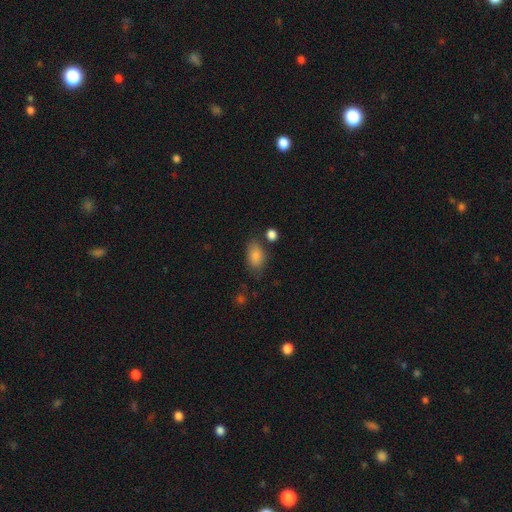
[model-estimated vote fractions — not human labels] Smooth or featured: smooth — 85% (star or artifact — 8%)
How rounded: in between — 89% (round — 9%)
Merging: none — 68% (minor disturbance — 20%)